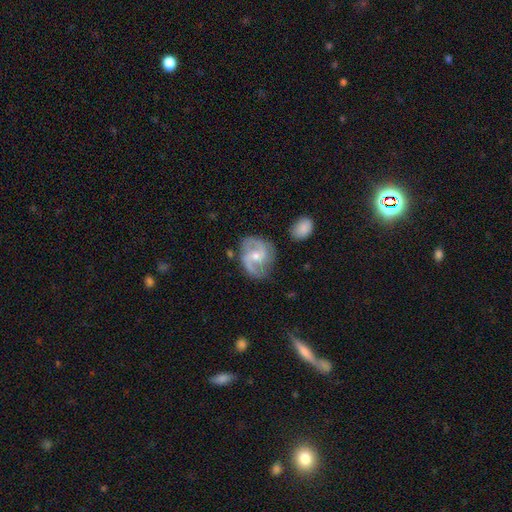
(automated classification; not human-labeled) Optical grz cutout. It shows a featured or disk galaxy (84%) with a weak bar (46%), 2 (88%) medium (54%) spiral arms (96%) and a moderate central bulge (55%). Merging: none (73%).